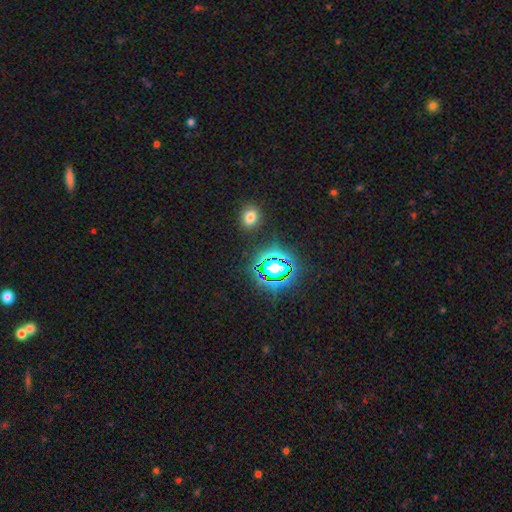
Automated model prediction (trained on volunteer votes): A star or artifact, not a galaxy (79%).

Vote fractions:
- Smooth or featured? star or artifact: 79% / smooth: 15% / featured or disk: 6%